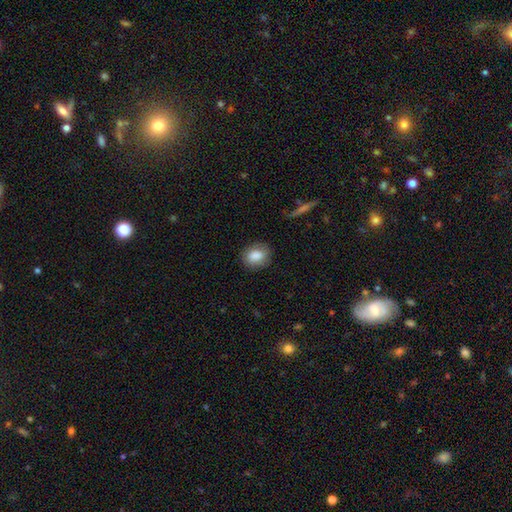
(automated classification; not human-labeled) Smooth or featured: smooth — 85% (star or artifact — 8%)
How rounded: in between — 59% (round — 40%)
Merging: none — 83% (minor disturbance — 13%)